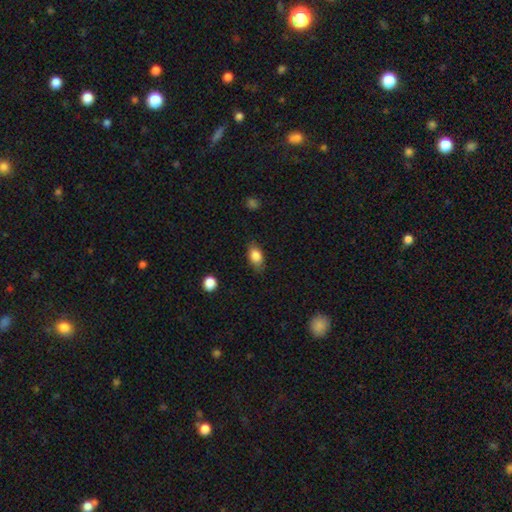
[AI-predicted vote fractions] Overall: smooth (84%). How rounded: in between (85%). Merging: none (78%).